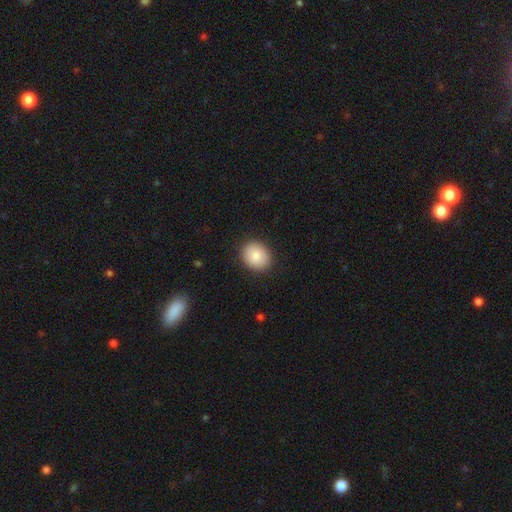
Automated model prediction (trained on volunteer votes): This appears to be a smooth galaxy with no disk features (85%) that is round (61%). Merging: none (89%).